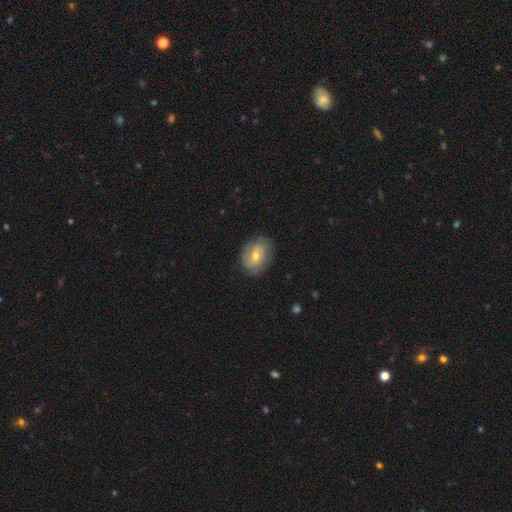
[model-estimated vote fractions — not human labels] The model was most divided on "smooth or featured": featured or disk: 50%, smooth: 43%, star or artifact: 7%. More confident: merging — none (76%).